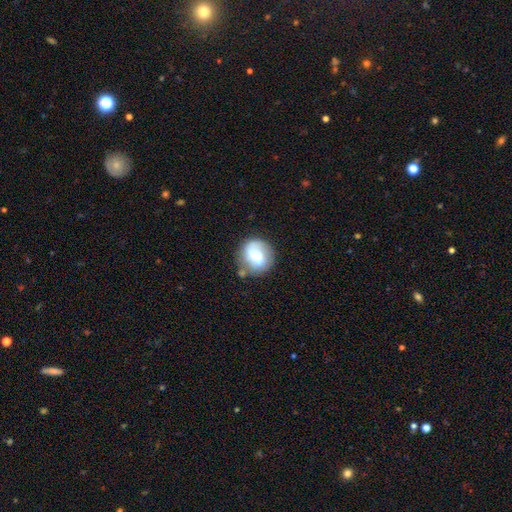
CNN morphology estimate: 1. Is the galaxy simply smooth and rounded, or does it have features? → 53% smooth, 39% featured or disk, 8% star or artifact.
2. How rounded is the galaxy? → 87% round, 12% in between, 1% cigar-shaped.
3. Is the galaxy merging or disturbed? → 69% none, 18% minor disturbance, 7% major disturbance, 6% merger.